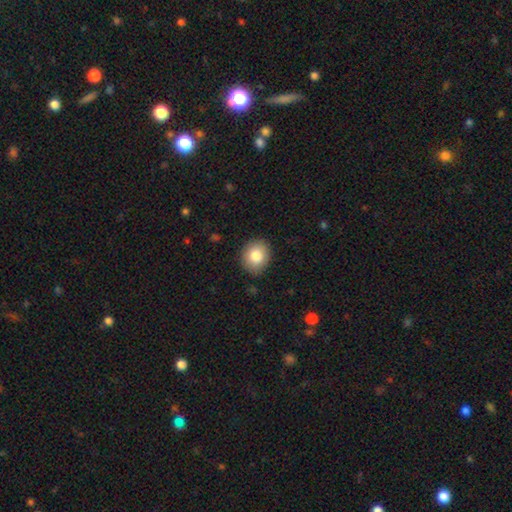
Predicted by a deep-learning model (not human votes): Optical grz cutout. It shows a smooth galaxy with no disk features (82%) that is round (73%). Merging: none (87%).